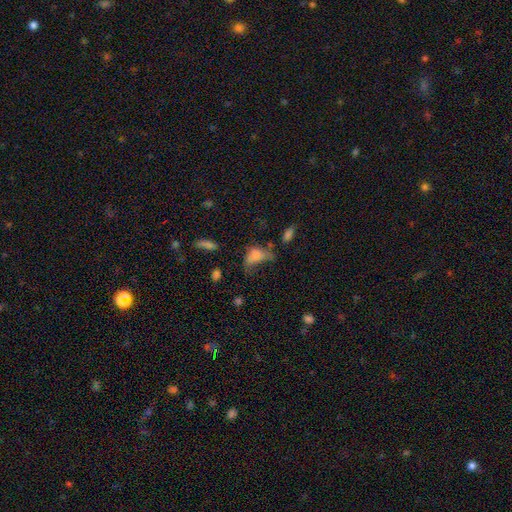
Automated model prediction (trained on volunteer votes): A smooth galaxy with no disk features (68%) that is in between round and cigar-shaped (85%). Merging: major disturbance (43%).